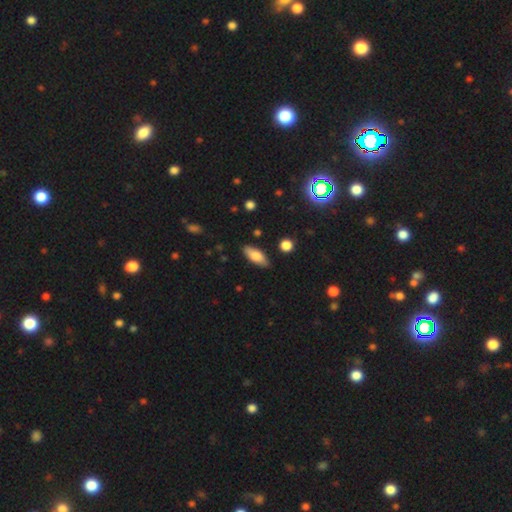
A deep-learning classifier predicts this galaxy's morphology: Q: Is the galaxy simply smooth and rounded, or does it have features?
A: smooth — 76%.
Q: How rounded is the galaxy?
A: in between — 77%.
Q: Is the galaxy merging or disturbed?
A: none — 85%.